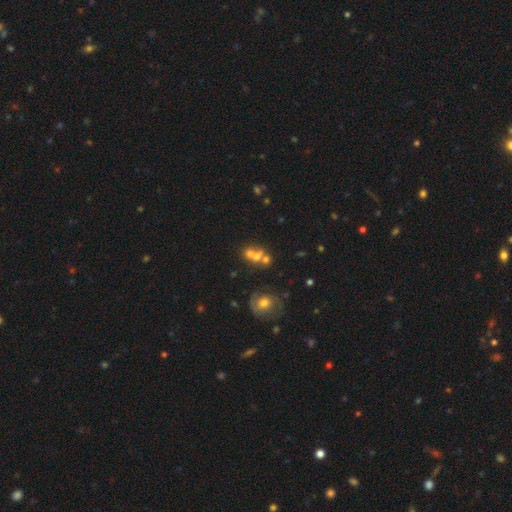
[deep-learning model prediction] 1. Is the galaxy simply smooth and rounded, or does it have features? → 59% smooth, 25% featured or disk, 16% star or artifact.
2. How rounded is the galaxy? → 63% round, 35% in between, 2% cigar-shaped.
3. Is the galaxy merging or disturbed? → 56% merger, 30% none, 8% minor disturbance, 6% major disturbance.